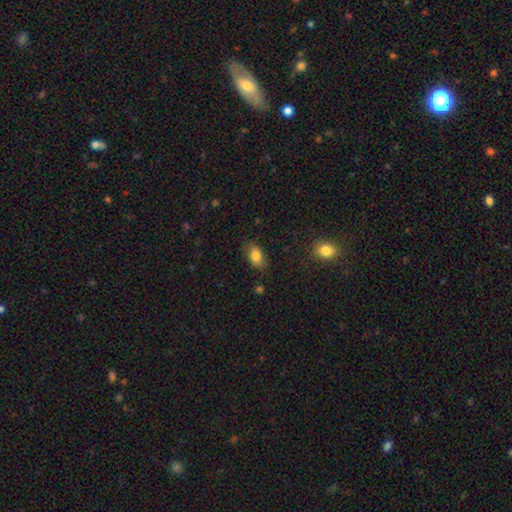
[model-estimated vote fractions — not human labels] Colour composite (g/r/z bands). It shows a smooth galaxy with no disk features (82%) that is in between round and cigar-shaped (89%). Merging: none (81%).